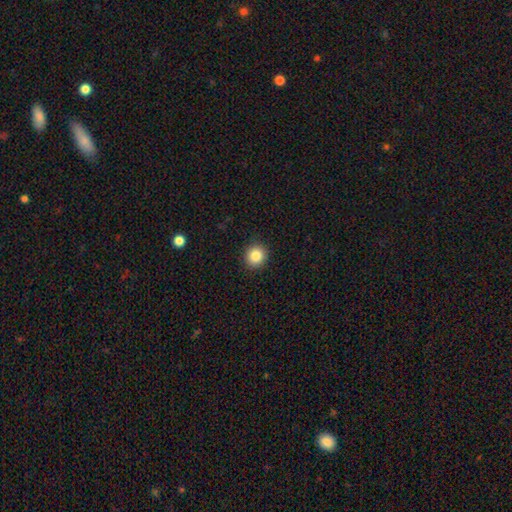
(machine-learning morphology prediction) Smooth or featured? Predicted: smooth (p=0.85). How rounded? Predicted: round (p=0.90). Merging? Predicted: none (p=0.92).